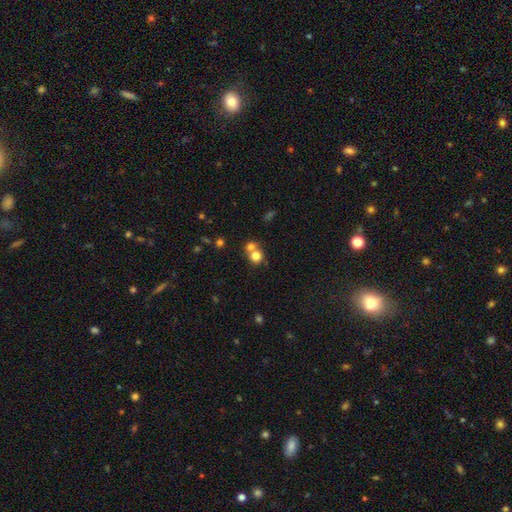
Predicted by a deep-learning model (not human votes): This appears to be a smooth galaxy with no disk features (77%) that is round (83%). Merging: merger (50%).